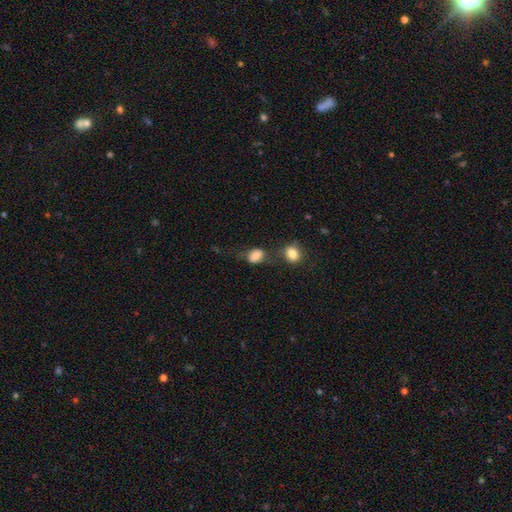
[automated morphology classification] This is likely a smooth galaxy (78%). How rounded: likely in between (72%). Merging: possibly none (46%).